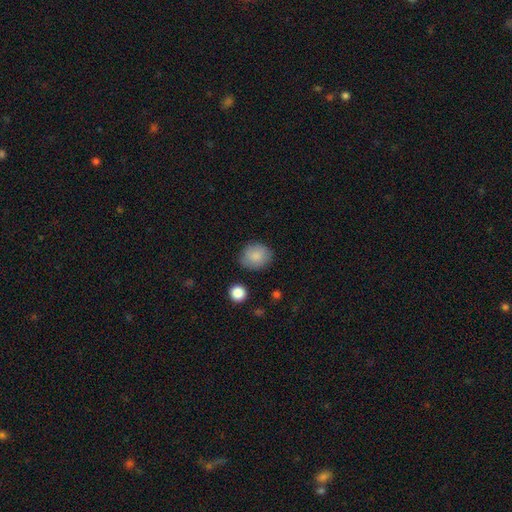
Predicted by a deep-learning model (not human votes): Overall: smooth (85%). How rounded: round (62%; in between 37%). Merging: none (79%).